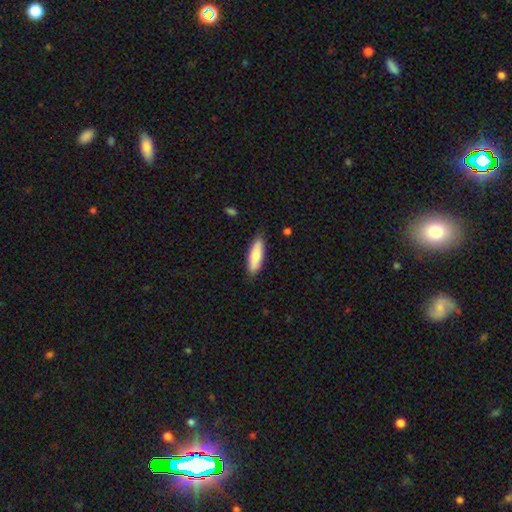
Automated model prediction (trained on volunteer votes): Smooth or featured? Predicted: smooth (p=0.82). How rounded? Predicted: cigar-shaped (p=0.52). Merging? Predicted: none (p=0.86).